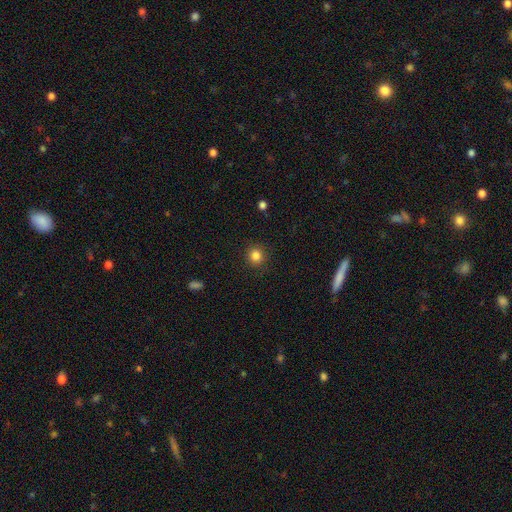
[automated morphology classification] smooth_or_featured: smooth (p=0.84) [alt: star or artifact p=0.12]
how_rounded: round (p=0.91) [alt: in between p=0.08]
merging: none (p=0.90) [alt: minor disturbance p=0.07]